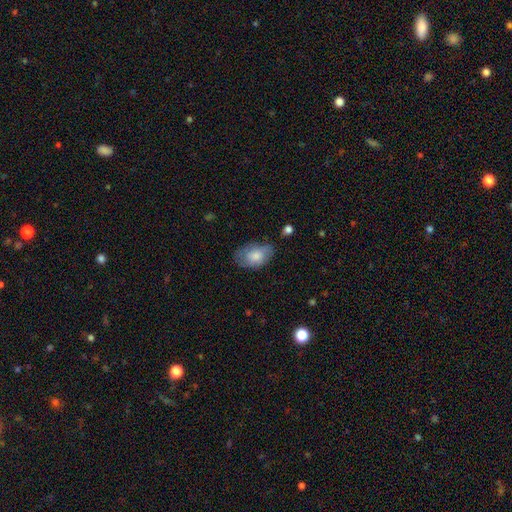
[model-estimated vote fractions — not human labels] This is likely a smooth galaxy (72%). How rounded: clearly in between (89%). Merging: possibly none (56%).